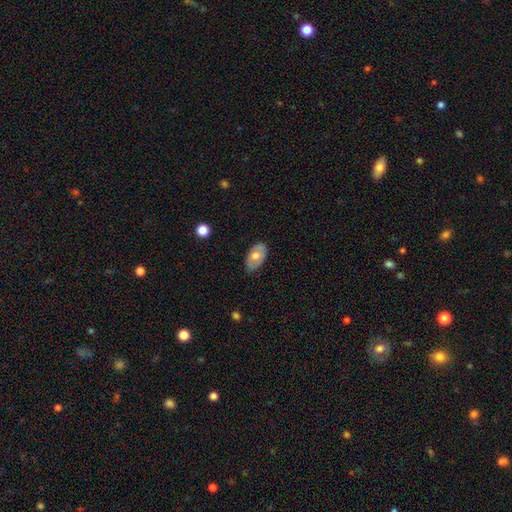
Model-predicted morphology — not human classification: Smooth or featured?
  - smooth: 62% *
  - featured or disk: 32%
  - star or artifact: 6%
How rounded?
  - in between: 93% *
  - round: 5%
  - cigar-shaped: 2%
Merging?
  - none: 81% *
  - minor disturbance: 15%
  - major disturbance: 3%
  - merger: 1%